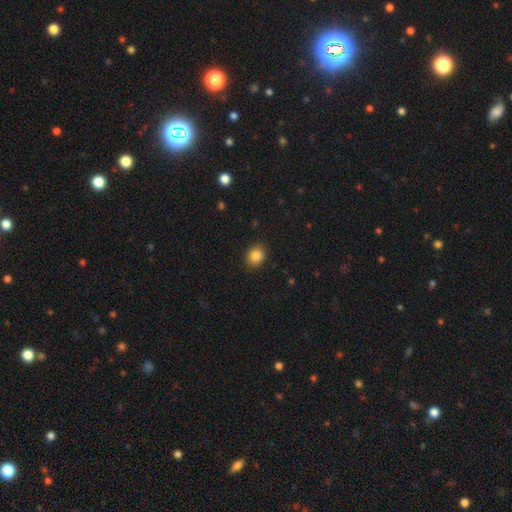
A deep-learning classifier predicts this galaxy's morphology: This is clearly a smooth galaxy (86%). How rounded: likely round (67%). Merging: clearly none (88%).